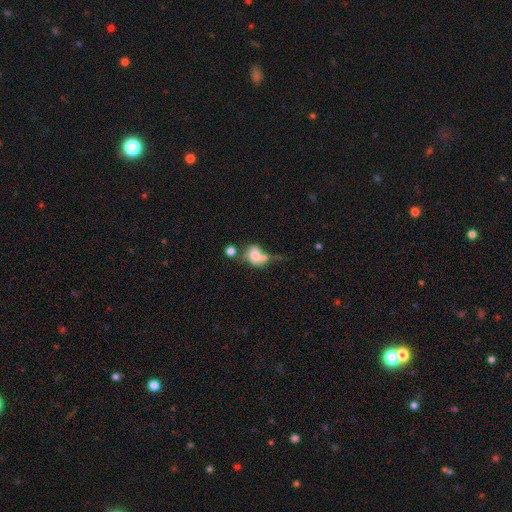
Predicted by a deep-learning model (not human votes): smooth 59%, featured or disk 30%, star or artifact 11%. Down the decision tree: how rounded — in between (62%); merging — merger (43%).